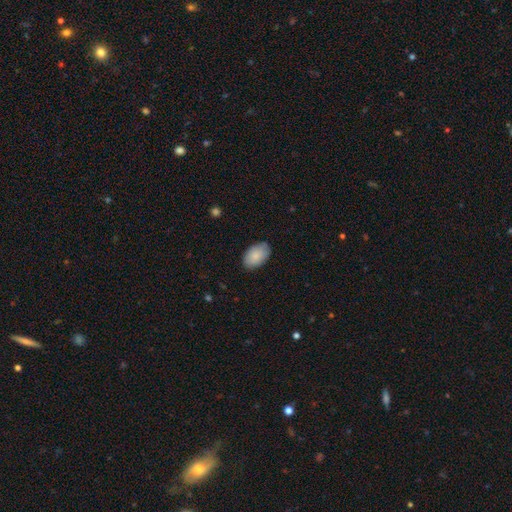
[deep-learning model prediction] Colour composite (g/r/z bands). It shows a smooth galaxy with no disk features (87%) that is in between round and cigar-shaped (92%). Merging: none (84%).